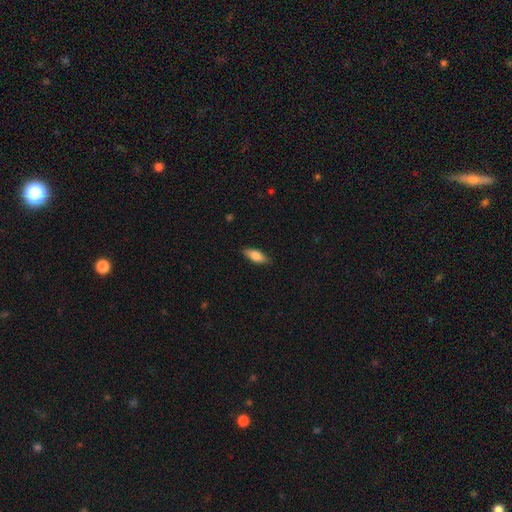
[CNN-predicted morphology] A smooth galaxy with no disk features (74%) that is in between round and cigar-shaped (71%).

Vote fractions:
- Smooth or featured? smooth: 74% / featured or disk: 19% / star or artifact: 6%
- How rounded? in between: 71% / cigar-shaped: 26% / round: 3%
- Merging? none: 85% / minor disturbance: 12% / major disturbance: 2% / merger: 1%